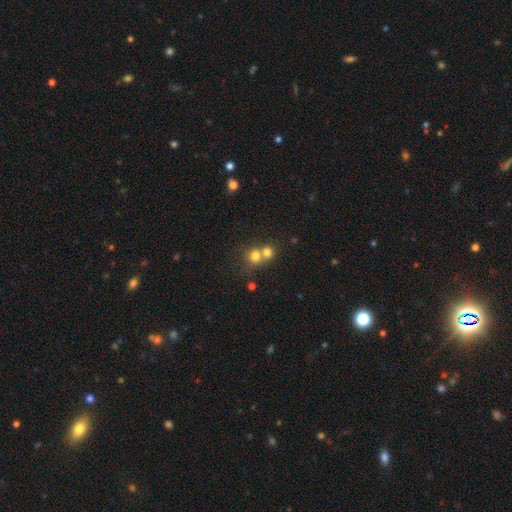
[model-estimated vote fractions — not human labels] smooth-or-featured: smooth: 74% | star or artifact: 14% | featured or disk: 12%
  how-rounded: round: 82% | in between: 17% | cigar-shaped: 1%
  merging: merger: 56% | none: 37% | minor disturbance: 5% | major disturbance: 3%